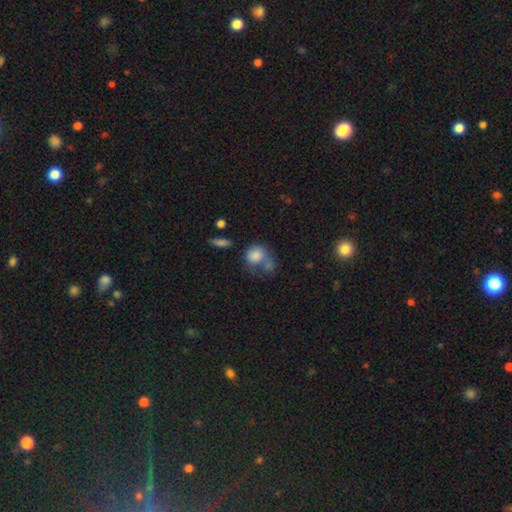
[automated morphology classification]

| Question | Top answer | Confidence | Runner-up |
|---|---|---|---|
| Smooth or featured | smooth | 82% | featured or disk (10%) |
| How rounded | round | 69% | in between (30%) |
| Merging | merger | 38% | none (35%) |